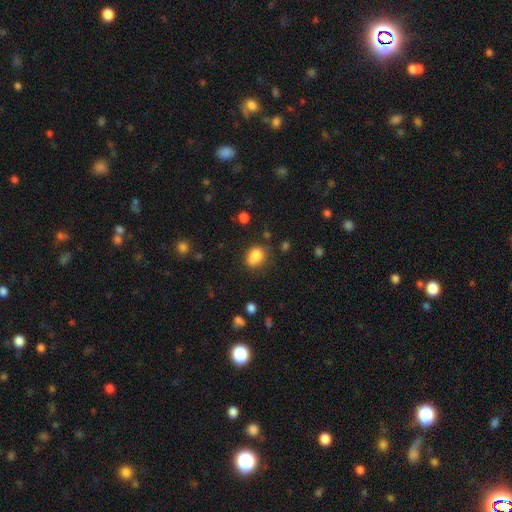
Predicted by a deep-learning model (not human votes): smooth_or_featured: smooth (p=0.82) [alt: star or artifact p=0.10]
how_rounded: in between (p=0.56) [alt: round p=0.42]
merging: none (p=0.56) [alt: minor disturbance p=0.25]